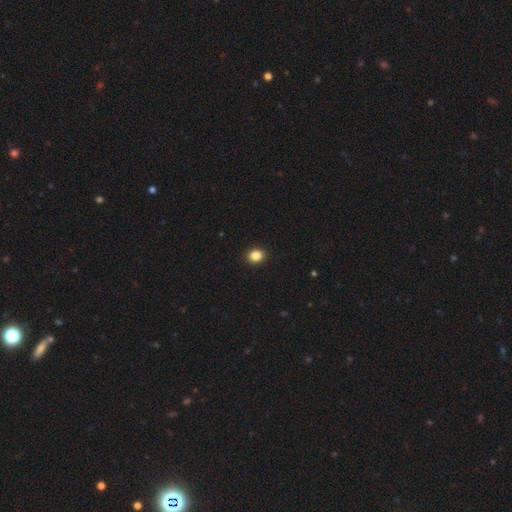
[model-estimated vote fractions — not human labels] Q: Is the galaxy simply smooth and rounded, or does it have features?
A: smooth — 85%.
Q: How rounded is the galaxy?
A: round — 61%.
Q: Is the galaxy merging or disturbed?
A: none — 92%.